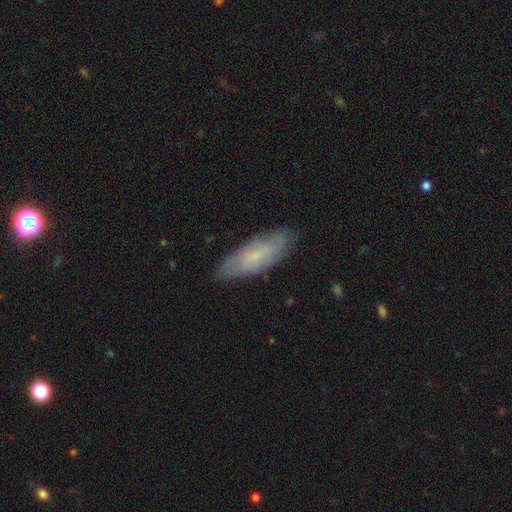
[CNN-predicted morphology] Smooth or featured: smooth — 53% (featured or disk — 40%)
How rounded: in between — 58% (cigar-shaped — 40%)
Merging: none — 82% (minor disturbance — 14%)